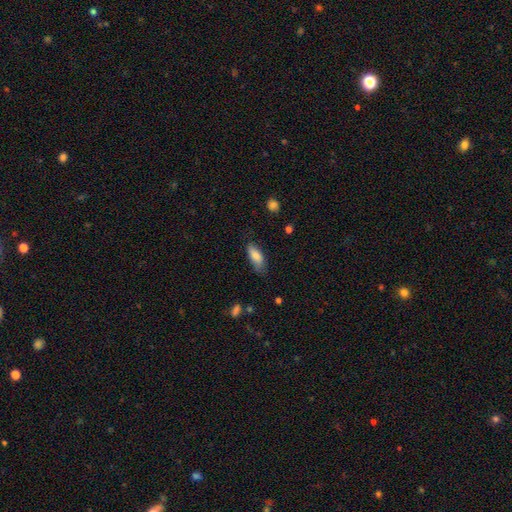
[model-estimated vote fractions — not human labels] smooth_or_featured: smooth (p=0.80) [alt: featured or disk p=0.13]
how_rounded: in between (p=0.79) [alt: cigar-shaped p=0.19]
merging: none (p=0.65) [alt: minor disturbance p=0.28]